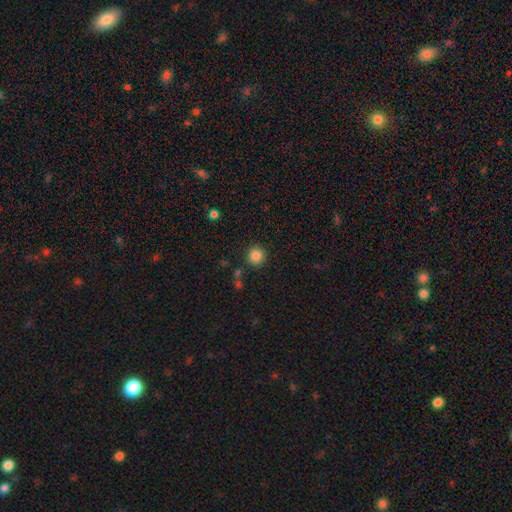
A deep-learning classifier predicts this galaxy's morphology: Smooth or featured: smooth — 85% (star or artifact — 11%)
How rounded: round — 94% (in between — 5%)
Merging: none — 88% (minor disturbance — 7%)